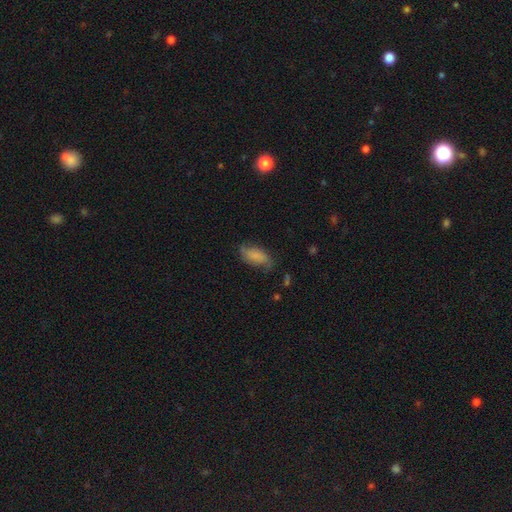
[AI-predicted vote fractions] smooth_or_featured: smooth (p=0.71) [alt: featured or disk p=0.21]
how_rounded: in between (p=0.89) [alt: cigar-shaped p=0.07]
merging: none (p=0.63) [alt: minor disturbance p=0.27]